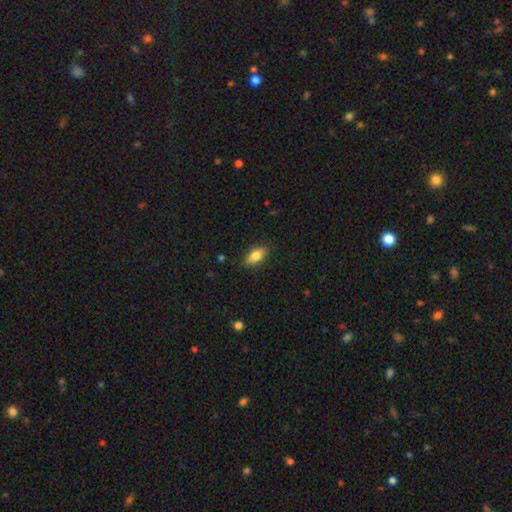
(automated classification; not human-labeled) A smooth galaxy with no disk features (78%) that is in between round and cigar-shaped (84%).

Vote fractions:
- Smooth or featured? smooth: 78% / featured or disk: 14% / star or artifact: 7%
- How rounded? in between: 84% / cigar-shaped: 12% / round: 4%
- Merging? none: 86% / minor disturbance: 11% / major disturbance: 2% / merger: 1%